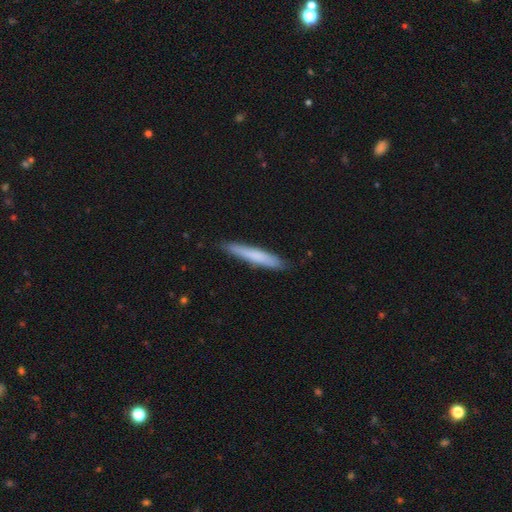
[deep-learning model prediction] Smooth or featured? smooth (70%)
How rounded? cigar-shaped (95%)
Merging? none (86%)